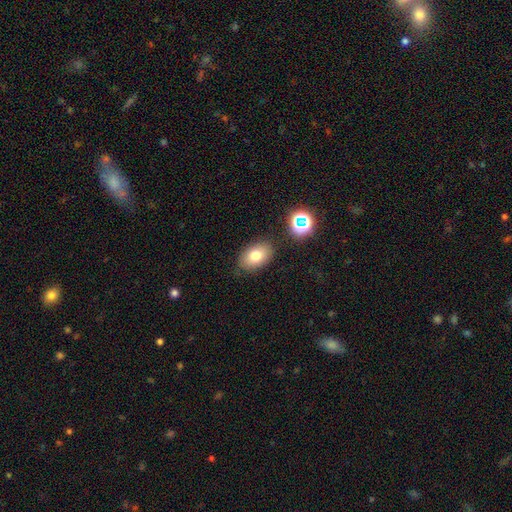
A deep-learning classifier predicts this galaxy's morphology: This is likely a smooth galaxy (76%). How rounded: clearly in between (83%). Merging: clearly none (83%).